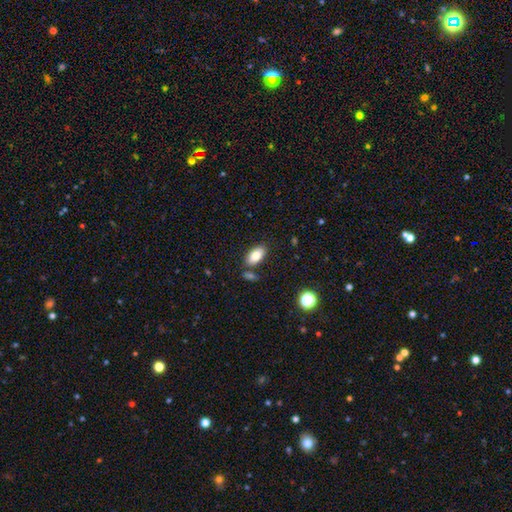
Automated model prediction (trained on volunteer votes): This is clearly a smooth galaxy (83%). How rounded: clearly in between (92%). Merging: likely none (77%).